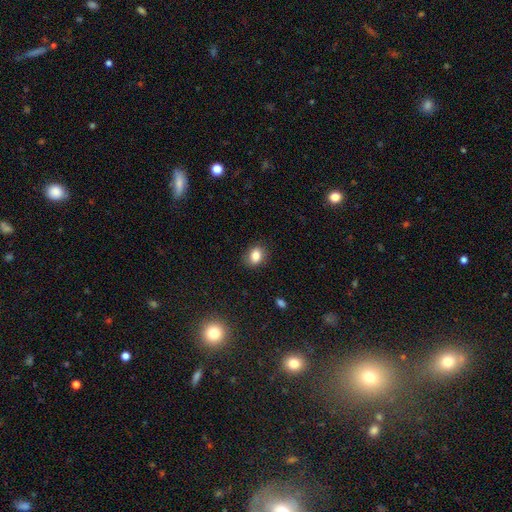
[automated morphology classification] A smooth galaxy with no disk features (84%) that is in between round and cigar-shaped (60%). Merging: none (84%).